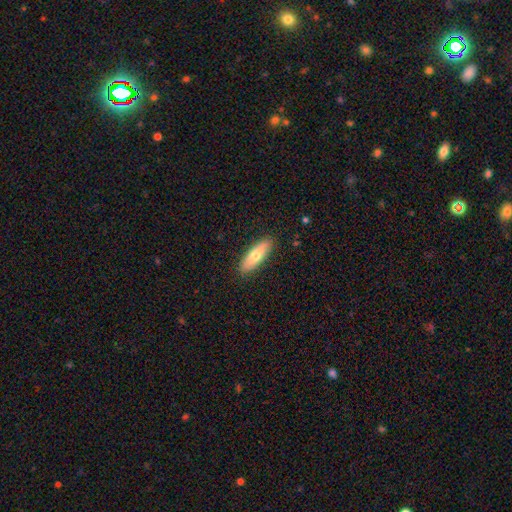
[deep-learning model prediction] Overall: smooth (68%). How rounded: in between (53%; cigar-shaped 44%). Merging: none (90%).